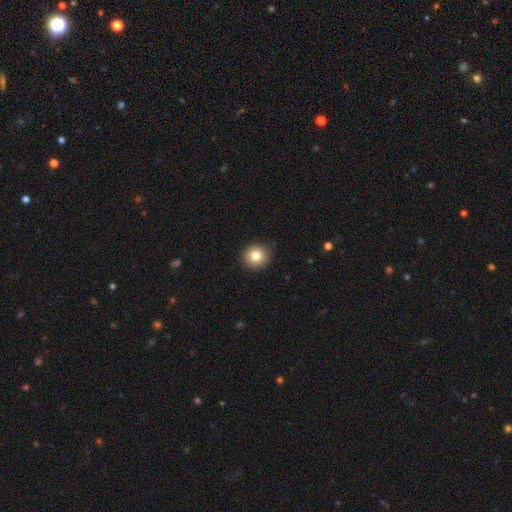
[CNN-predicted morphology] A smooth galaxy with no disk features (81%) that is round (92%).

Vote fractions:
- Smooth or featured? smooth: 81% / star or artifact: 10% / featured or disk: 9%
- How rounded? round: 92% / in between: 7% / cigar-shaped: 1%
- Merging? none: 92% / minor disturbance: 6% / major disturbance: 2% / merger: 1%